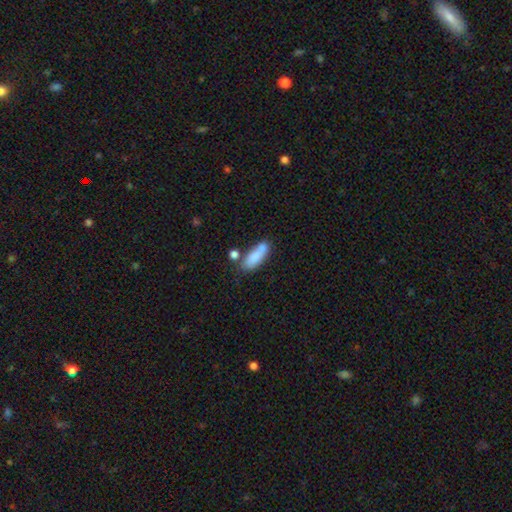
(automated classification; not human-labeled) A smooth galaxy with no disk features (80%) that is in between round and cigar-shaped (59%). Merging: none (50%).